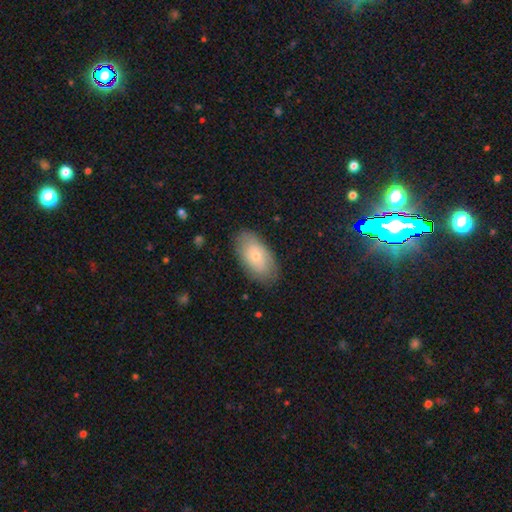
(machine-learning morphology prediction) smooth_or_featured: smooth (p=0.54) [alt: featured or disk p=0.39]
how_rounded: in between (p=0.93) [alt: round p=0.04]
merging: none (p=0.79) [alt: minor disturbance p=0.15]